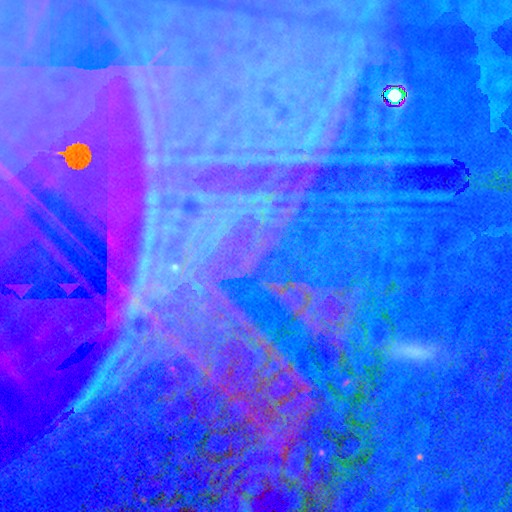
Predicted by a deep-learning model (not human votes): This appears to be a star or artifact, not a galaxy (85%).